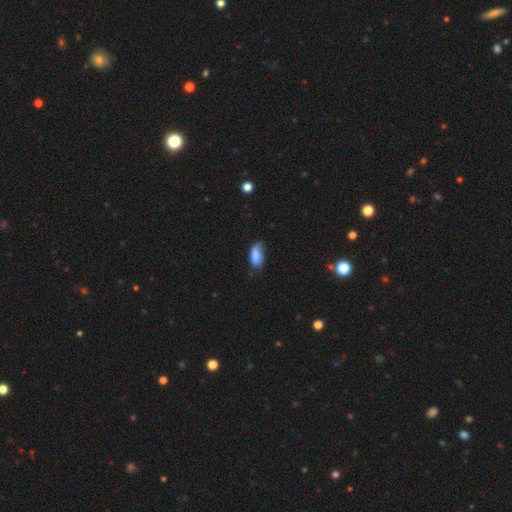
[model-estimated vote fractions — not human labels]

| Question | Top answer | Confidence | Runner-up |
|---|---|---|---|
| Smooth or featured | smooth | 79% | featured or disk (13%) |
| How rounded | in between | 88% | cigar-shaped (8%) |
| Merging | none | 49% | minor disturbance (38%) |